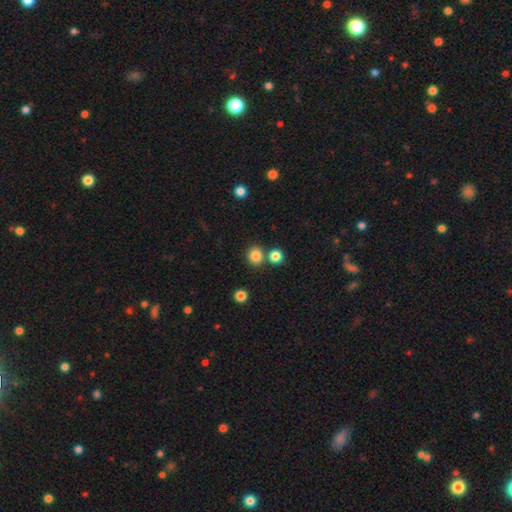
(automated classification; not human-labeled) smooth 83%, star or artifact 12%, featured or disk 5%. Down the decision tree: how rounded — round (82%); merging — none (71%).